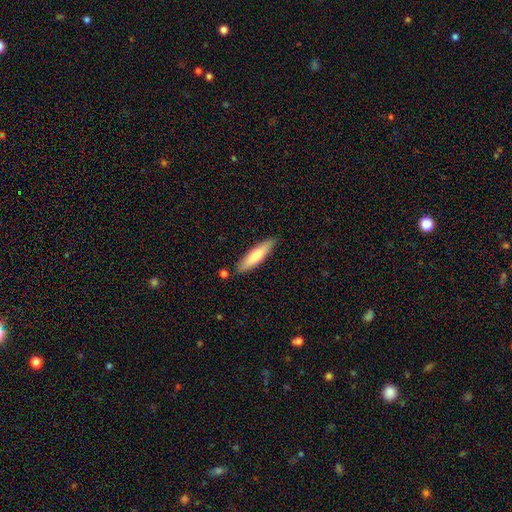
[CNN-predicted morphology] Smooth or featured: smooth — 68% (featured or disk — 27%)
How rounded: cigar-shaped — 75% (in between — 24%)
Merging: none — 84% (minor disturbance — 10%)